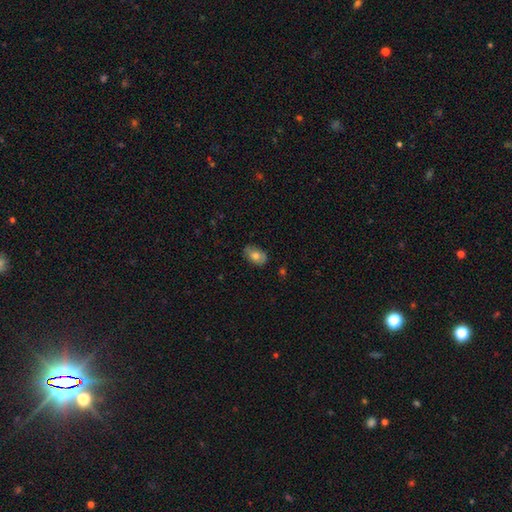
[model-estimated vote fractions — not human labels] Overall: smooth (73%). How rounded: in between (87%). Merging: none (77%).